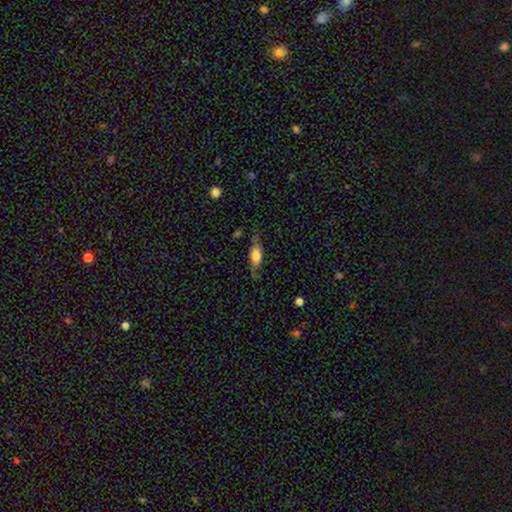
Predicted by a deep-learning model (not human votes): Q: Smooth or featured?
A: smooth (58%); runner-up: featured or disk (35%)
Q: How rounded?
A: in between (62%); runner-up: cigar-shaped (34%)
Q: Merging?
A: none (69%); runner-up: minor disturbance (22%)